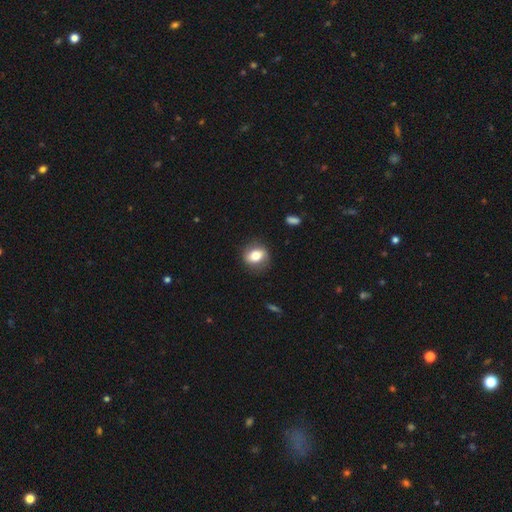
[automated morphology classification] type=smooth (70%); roundness=round (50%); merging=none (82%).